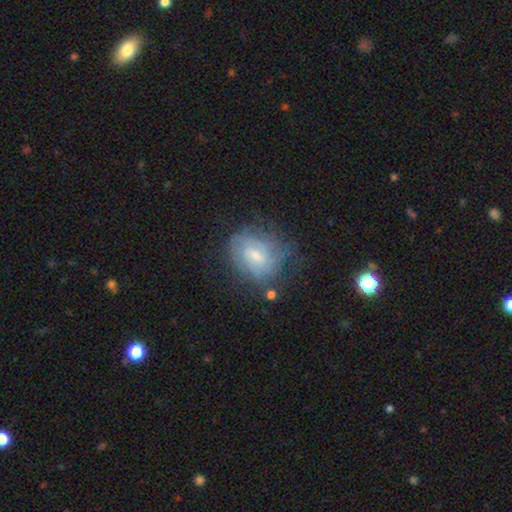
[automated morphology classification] featured or disk 56%, smooth 36%, star or artifact 9%. Down the decision tree: edge-on disk — no (96%); bar — weak (56%); spiral arms — yes (66%); bulge size — small (46%); merging — none (53%).